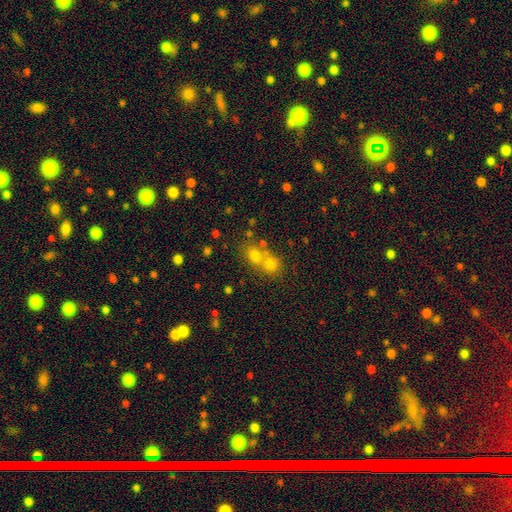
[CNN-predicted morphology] The model was most divided on "merging": merger: 56%, none: 36%, minor disturbance: 5%, major disturbance: 3%. More confident: how rounded — round (74%); smooth or featured — smooth (66%).